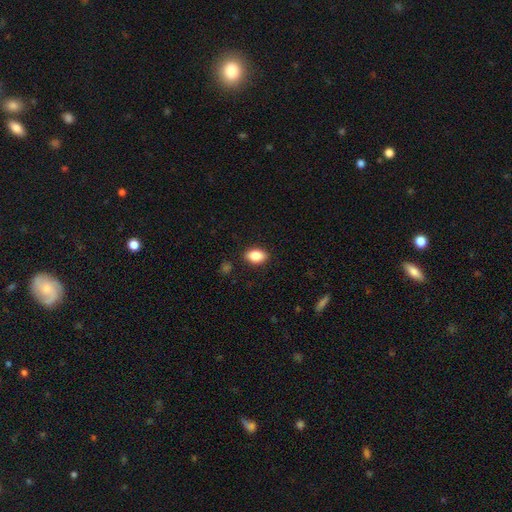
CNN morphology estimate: Smooth or featured? Predicted: smooth (p=0.85). How rounded? Predicted: in between (p=0.88). Merging? Predicted: none (p=0.88).